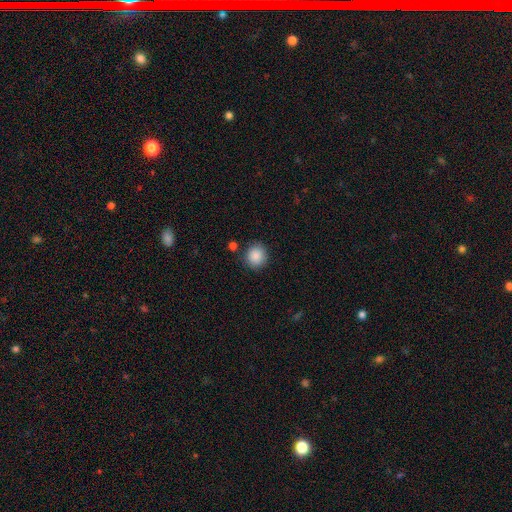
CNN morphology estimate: A smooth galaxy with no disk features (89%) that is round (87%).

Vote fractions:
- Smooth or featured? smooth: 89% / star or artifact: 8% / featured or disk: 3%
- How rounded? round: 87% / in between: 12% / cigar-shaped: 1%
- Merging? none: 86% / minor disturbance: 9% / merger: 3% / major disturbance: 3%